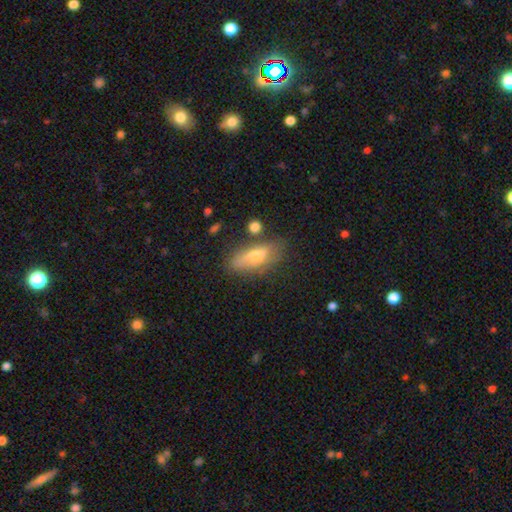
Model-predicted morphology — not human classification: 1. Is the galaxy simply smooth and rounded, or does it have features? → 64% smooth, 27% featured or disk, 8% star or artifact.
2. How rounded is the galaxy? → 64% in between, 33% cigar-shaped, 3% round.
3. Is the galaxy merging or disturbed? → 66% none, 21% minor disturbance, 7% major disturbance, 6% merger.